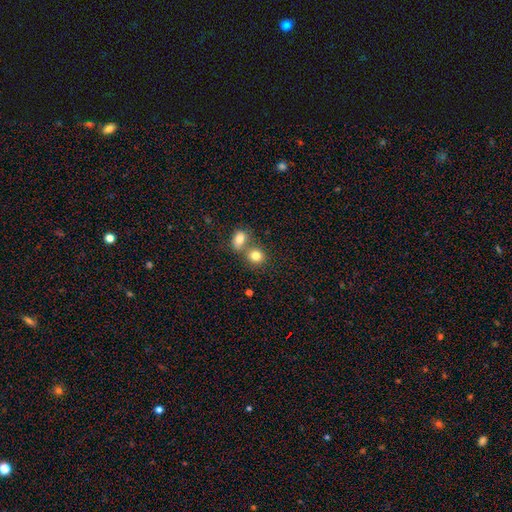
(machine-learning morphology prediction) Q: Smooth or featured?
A: smooth (81%); runner-up: star or artifact (10%)
Q: How rounded?
A: round (70%); runner-up: in between (29%)
Q: Merging?
A: merger (48%); runner-up: none (42%)